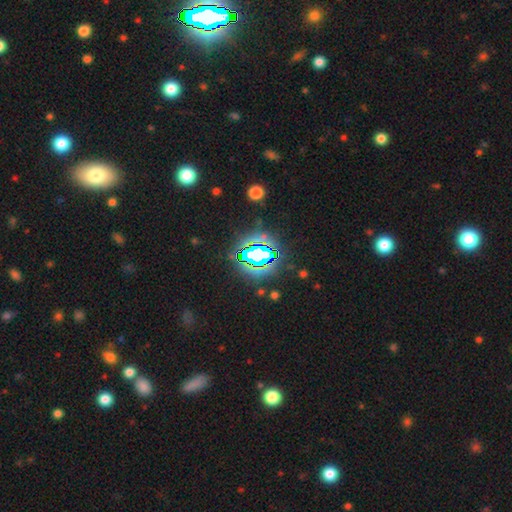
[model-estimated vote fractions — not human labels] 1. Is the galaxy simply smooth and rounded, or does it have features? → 77% star or artifact, 14% smooth, 9% featured or disk.